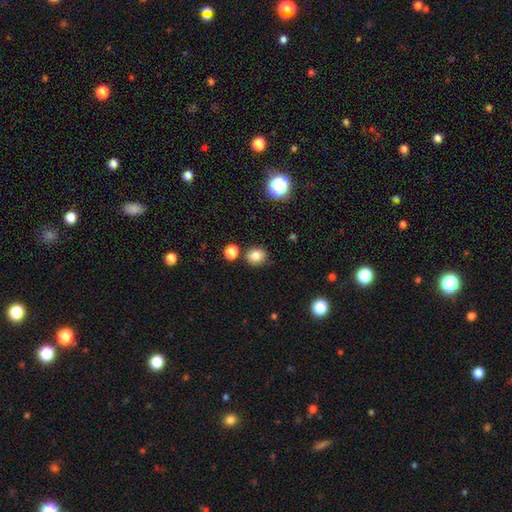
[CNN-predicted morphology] A smooth galaxy with no disk features (81%) that is round (71%).

Vote fractions:
- Smooth or featured? smooth: 81% / star or artifact: 12% / featured or disk: 7%
- How rounded? round: 71% / in between: 28% / cigar-shaped: 1%
- Merging? none: 78% / minor disturbance: 11% / merger: 7% / major disturbance: 3%